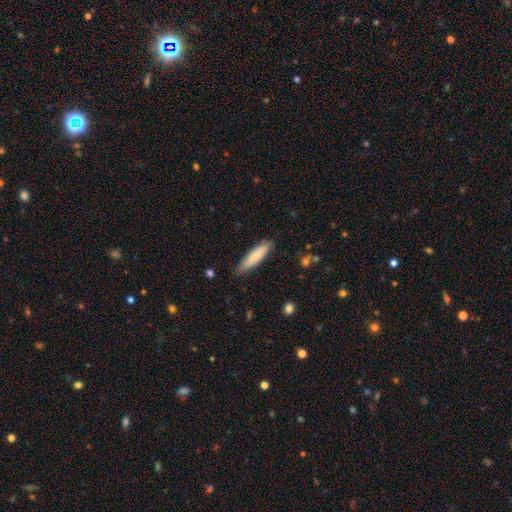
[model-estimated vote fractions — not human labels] Smooth or featured? Predicted: smooth (p=0.76). How rounded? Predicted: cigar-shaped (p=0.70). Merging? Predicted: none (p=0.81).